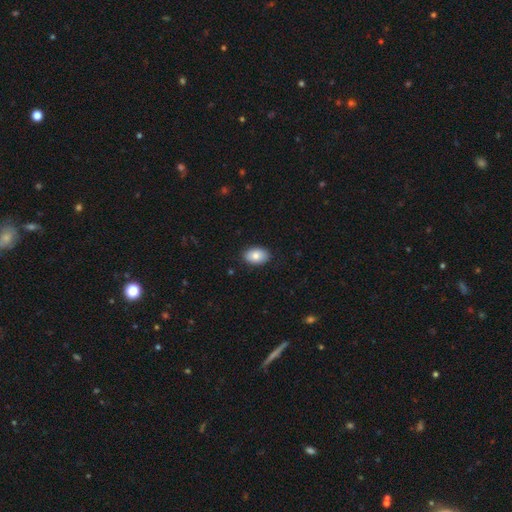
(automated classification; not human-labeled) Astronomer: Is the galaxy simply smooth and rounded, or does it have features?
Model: smooth — 83%.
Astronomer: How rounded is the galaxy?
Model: in between — 89%.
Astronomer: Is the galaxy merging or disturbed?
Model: none — 88%.